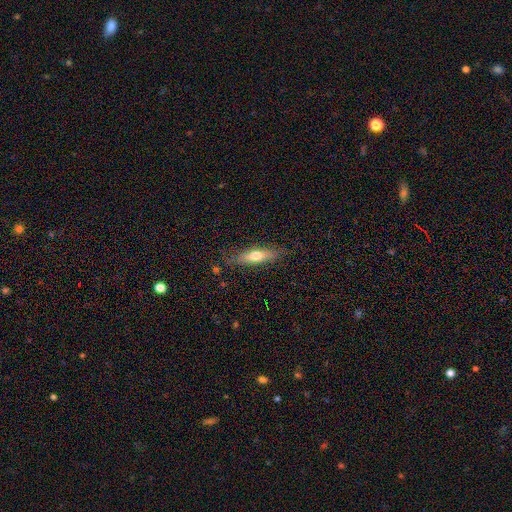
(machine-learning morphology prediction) A smooth galaxy with no disk features (57%) that is cigar-shaped (67%). Merging: none (81%).